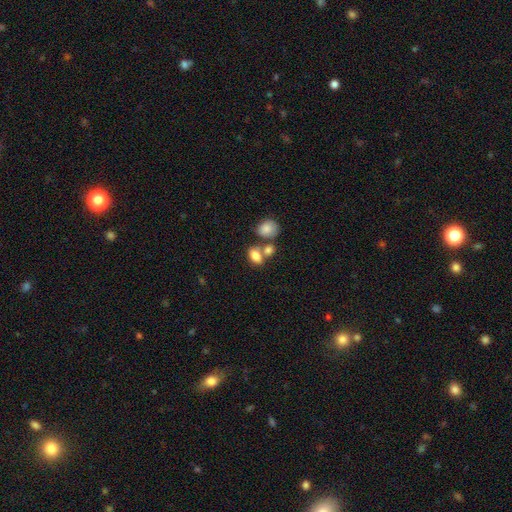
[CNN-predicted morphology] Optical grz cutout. It shows a smooth galaxy with no disk features (80%) that is in between round and cigar-shaped (82%). Merging: none (43%).